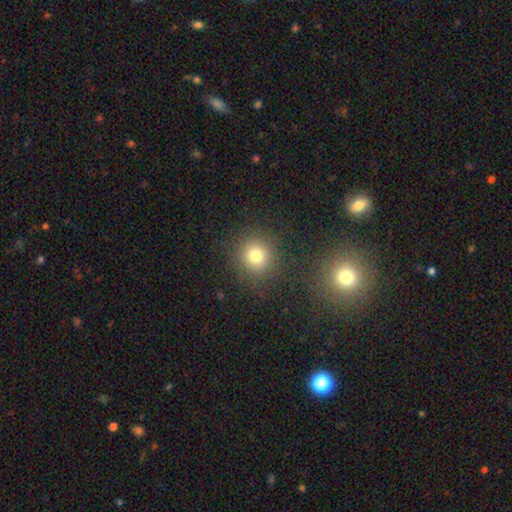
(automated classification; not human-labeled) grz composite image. It shows a smooth galaxy with no disk features (76%) that is round (92%). Merging: none (87%).